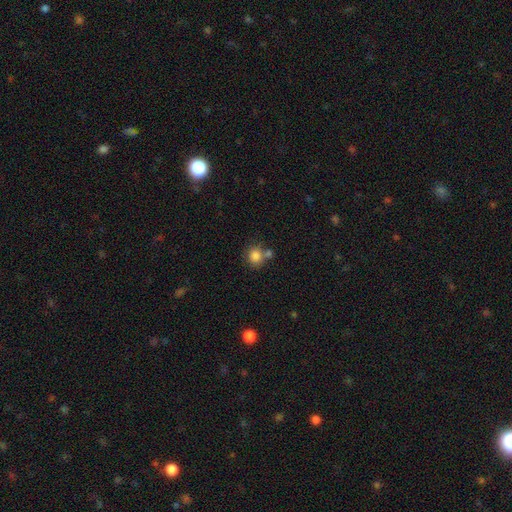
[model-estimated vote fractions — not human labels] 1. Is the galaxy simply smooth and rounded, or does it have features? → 83% smooth, 10% star or artifact, 6% featured or disk.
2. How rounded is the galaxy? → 78% round, 21% in between, 1% cigar-shaped.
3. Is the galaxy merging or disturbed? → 59% none, 25% merger, 12% minor disturbance, 5% major disturbance.